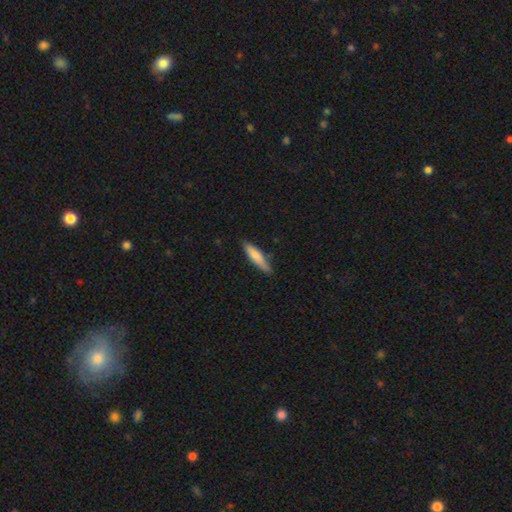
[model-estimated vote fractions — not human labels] This appears to be a smooth galaxy with no disk features (76%) that is cigar-shaped (80%). Merging: none (78%).